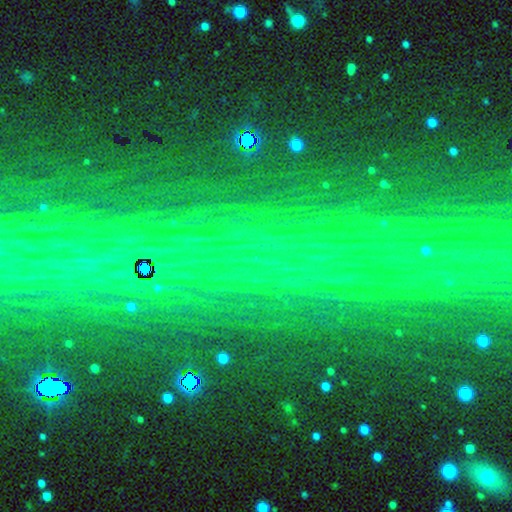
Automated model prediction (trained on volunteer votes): smooth_or_featured: star or artifact (p=0.83) [alt: featured or disk p=0.09]